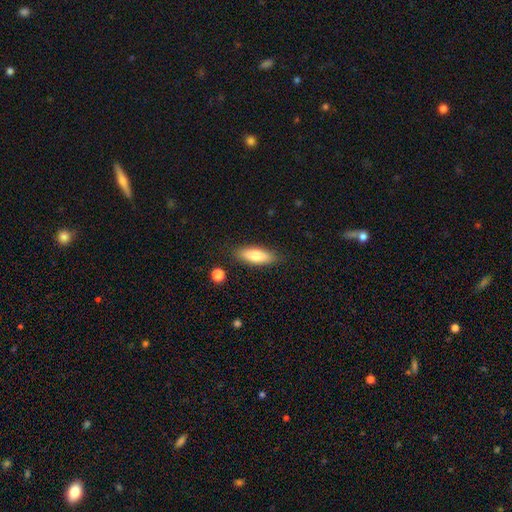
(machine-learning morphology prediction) Smooth or featured: smooth — 77% (featured or disk — 16%)
How rounded: in between — 60% (cigar-shaped — 38%)
Merging: none — 85% (minor disturbance — 11%)